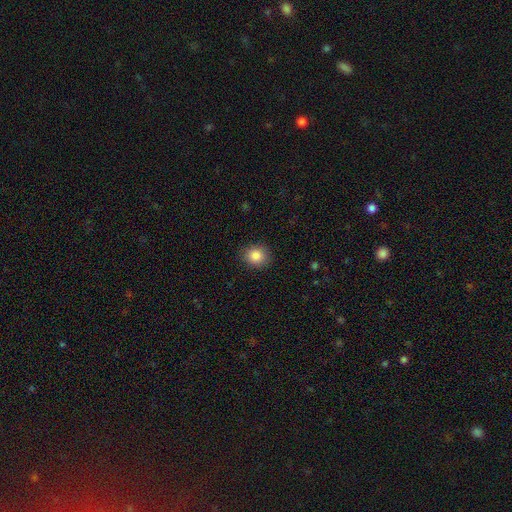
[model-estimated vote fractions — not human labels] The model was most divided on "how rounded": round: 77%, in between: 22%, cigar-shaped: 1%. More confident: merging — none (88%); smooth or featured — smooth (86%).